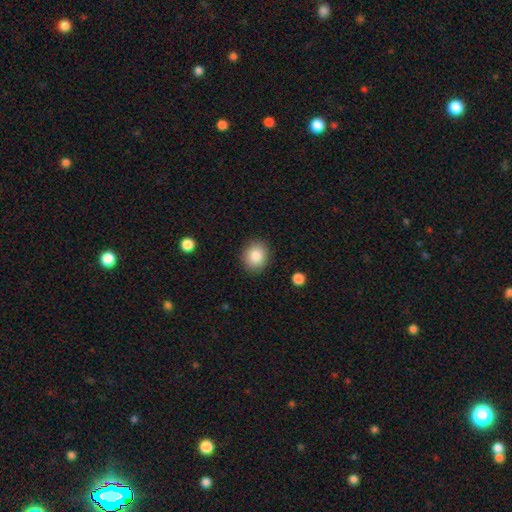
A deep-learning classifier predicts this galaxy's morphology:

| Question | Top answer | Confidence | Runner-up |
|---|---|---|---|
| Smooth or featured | smooth | 85% | star or artifact (9%) |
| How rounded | round | 69% | in between (31%) |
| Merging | none | 89% | minor disturbance (8%) |